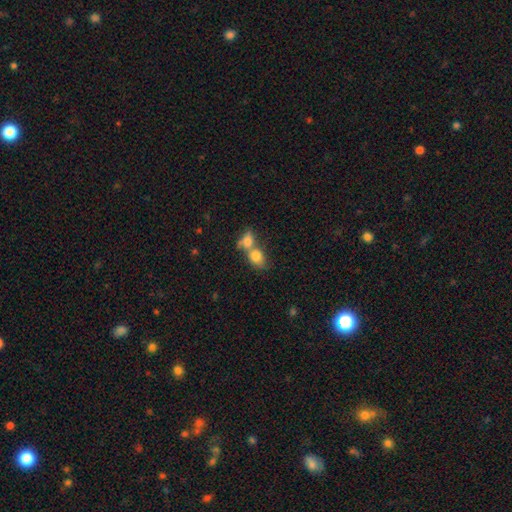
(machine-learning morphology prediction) Smooth or featured? Predicted: smooth (p=0.81). How rounded? Predicted: in between (p=0.65). Merging? Predicted: merger (p=0.67).